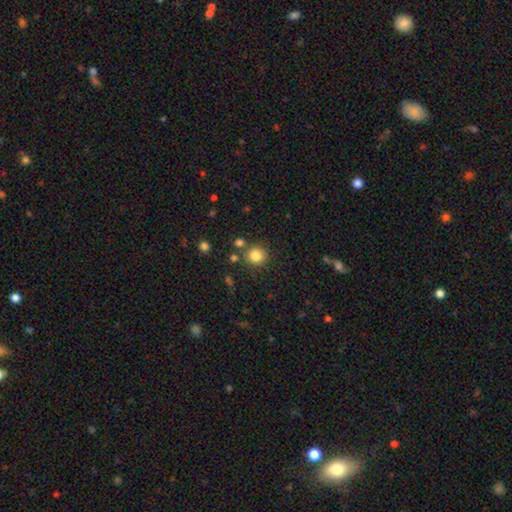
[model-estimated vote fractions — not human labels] smooth 83%, star or artifact 11%, featured or disk 6%. Down the decision tree: how rounded — round (91%); merging — none (81%).